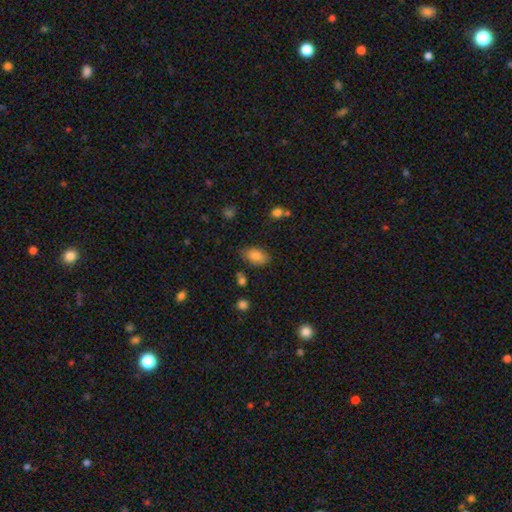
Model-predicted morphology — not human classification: smooth-or-featured: smooth: 82% | featured or disk: 10% | star or artifact: 8%
  how-rounded: in between: 91% | round: 7% | cigar-shaped: 2%
  merging: none: 72% | minor disturbance: 20% | major disturbance: 4% | merger: 3%